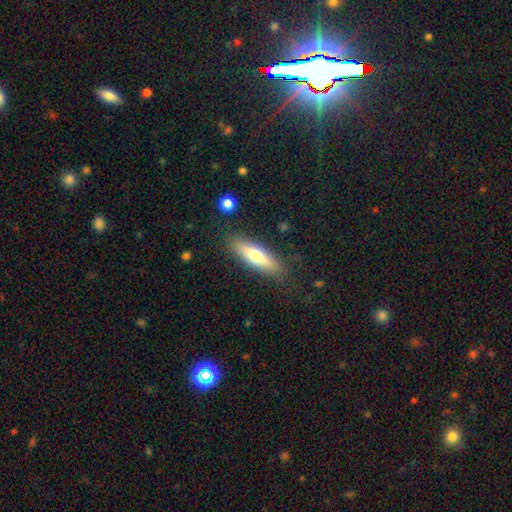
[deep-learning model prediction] Smooth or featured: smooth — 66% (featured or disk — 27%)
How rounded: cigar-shaped — 56% (in between — 42%)
Merging: none — 84% (minor disturbance — 11%)